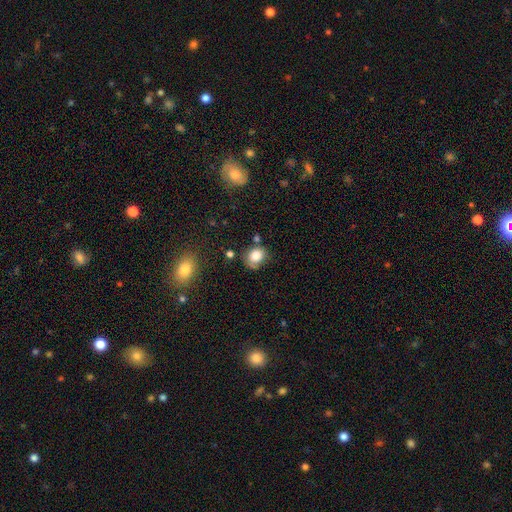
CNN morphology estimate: This appears to be a smooth galaxy with no disk features (80%) that is round (58%). Merging: none (57%).